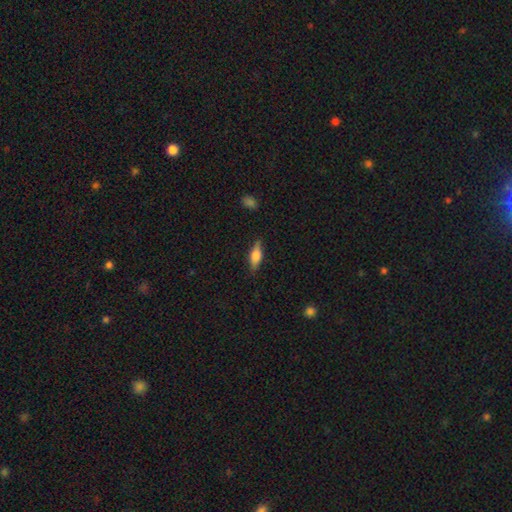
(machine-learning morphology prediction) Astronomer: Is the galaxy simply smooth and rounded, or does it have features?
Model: smooth — 63%.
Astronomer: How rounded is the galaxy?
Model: in between — 58% (runner-up: cigar-shaped, 38%).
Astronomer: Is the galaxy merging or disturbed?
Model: none — 82%.